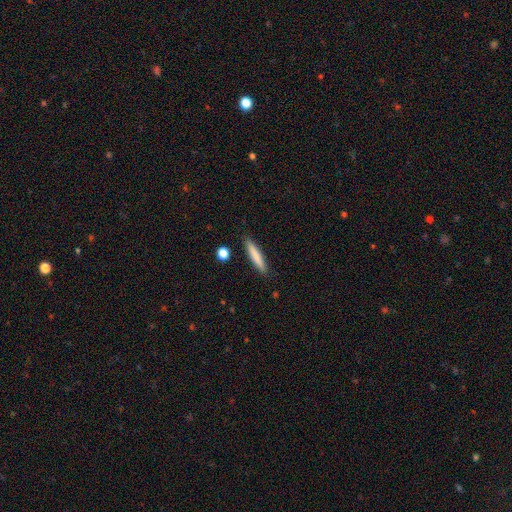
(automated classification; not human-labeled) A smooth galaxy with no disk features (79%) that is cigar-shaped (91%).

Vote fractions:
- Smooth or featured? smooth: 79% / featured or disk: 14% / star or artifact: 6%
- How rounded? cigar-shaped: 91% / in between: 7% / round: 1%
- Merging? none: 89% / minor disturbance: 7% / merger: 2% / major disturbance: 2%